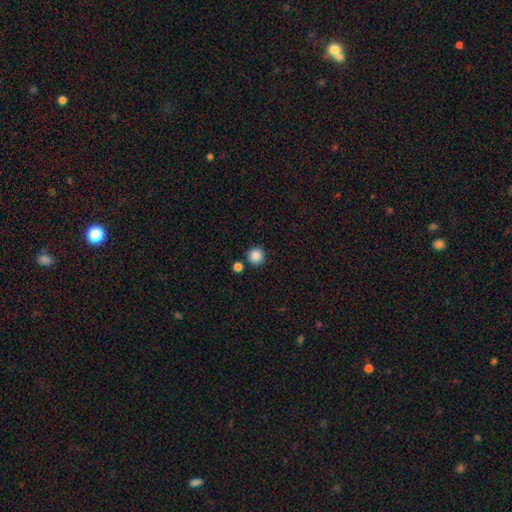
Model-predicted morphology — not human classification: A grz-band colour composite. It shows a smooth galaxy with no disk features (86%) that is round (95%). Merging: none (86%).